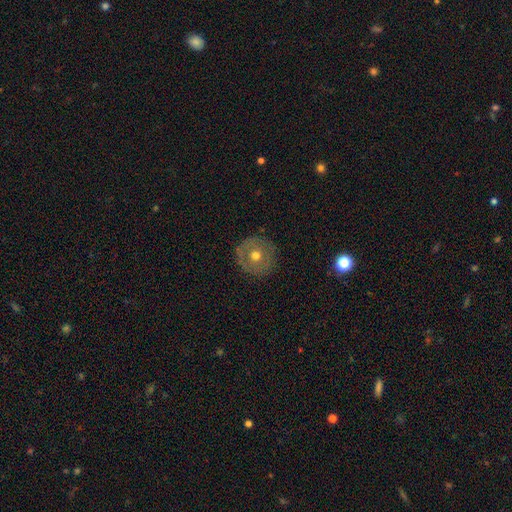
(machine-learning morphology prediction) A smooth galaxy with no disk features (50%) that is round (95%). Merging: none (87%).